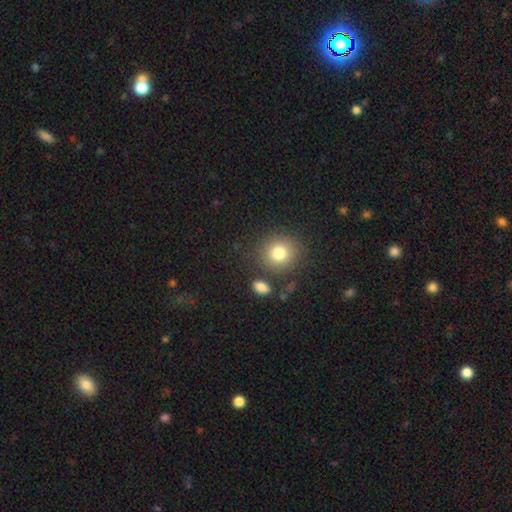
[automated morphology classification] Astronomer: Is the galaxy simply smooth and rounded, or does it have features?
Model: smooth — 68%.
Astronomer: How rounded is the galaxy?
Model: round — 91%.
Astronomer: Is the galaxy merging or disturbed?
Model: none — 81%.